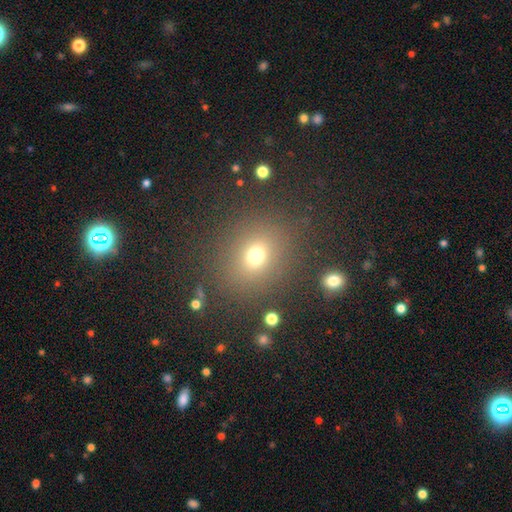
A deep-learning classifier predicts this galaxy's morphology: smooth-or-featured: smooth: 70% | star or artifact: 20% | featured or disk: 10%
  how-rounded: round: 68% | in between: 31% | cigar-shaped: 1%
  merging: none: 82% | minor disturbance: 10% | major disturbance: 5% | merger: 3%